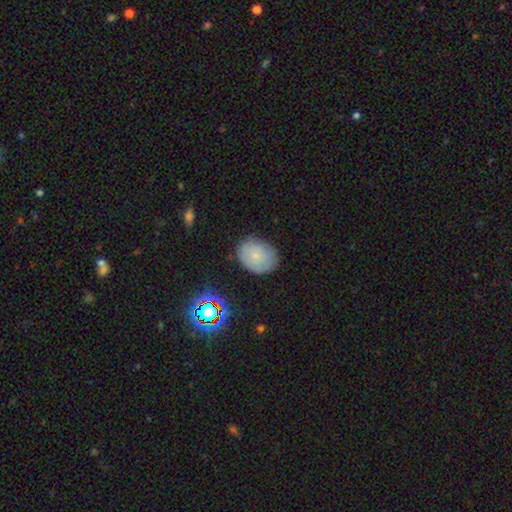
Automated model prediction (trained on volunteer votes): Q: Smooth or featured?
A: smooth (73%); runner-up: featured or disk (16%)
Q: How rounded?
A: in between (57%); runner-up: round (42%)
Q: Merging?
A: none (76%); runner-up: minor disturbance (18%)